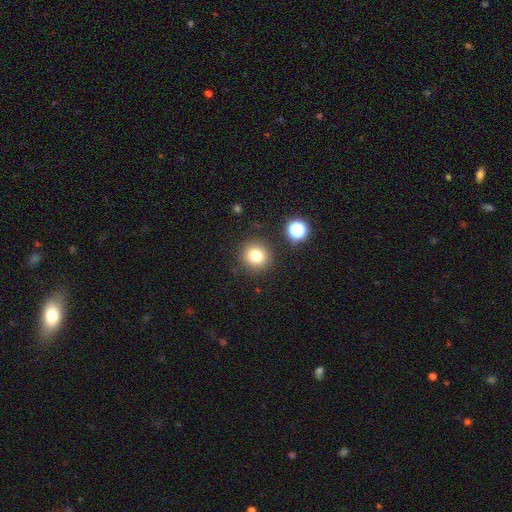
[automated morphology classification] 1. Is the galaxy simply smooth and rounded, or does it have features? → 78% smooth, 14% star or artifact, 8% featured or disk.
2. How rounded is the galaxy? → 91% round, 8% in between, 1% cigar-shaped.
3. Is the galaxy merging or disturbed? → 88% none, 7% minor disturbance, 3% major disturbance, 3% merger.